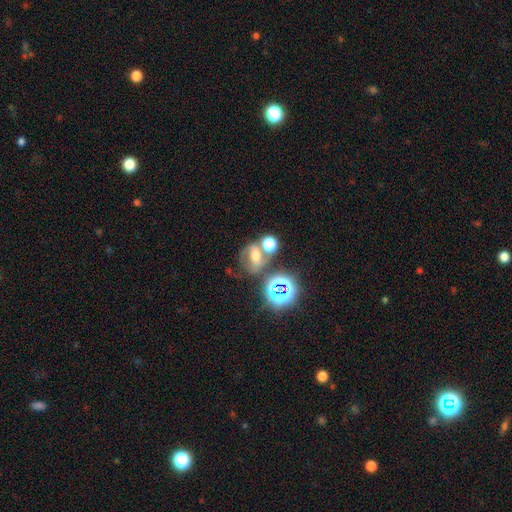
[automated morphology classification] Smooth or featured? featured or disk (35%)
Merging? none (42%)